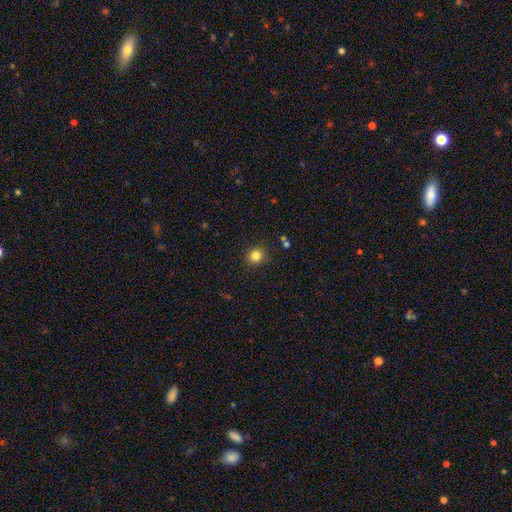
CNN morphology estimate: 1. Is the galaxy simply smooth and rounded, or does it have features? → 82% smooth, 13% star or artifact, 5% featured or disk.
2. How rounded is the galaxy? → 89% round, 10% in between, 1% cigar-shaped.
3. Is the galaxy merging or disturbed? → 89% none, 7% minor disturbance, 2% major disturbance, 2% merger.